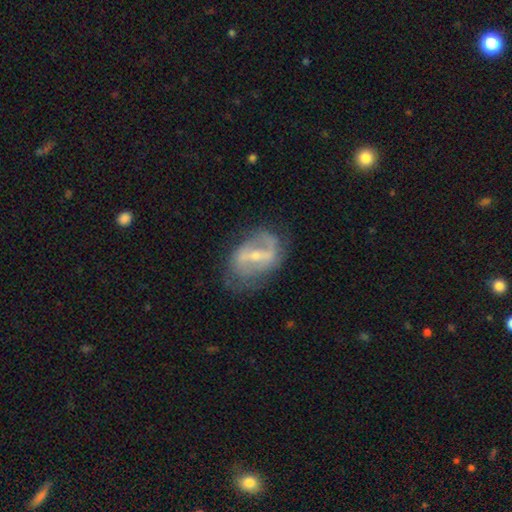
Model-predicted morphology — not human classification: Overall: featured or disk (79%). Edge-on disk: no (95%). Bar: strong (52%; weak 35%). Spiral arms: yes (76%). Spiral arm count: 2 (69%). Spiral winding: medium (41%; loose 38%). Bulge size: small (58%; moderate 36%). Merging: none (58%; minor disturbance 24%).